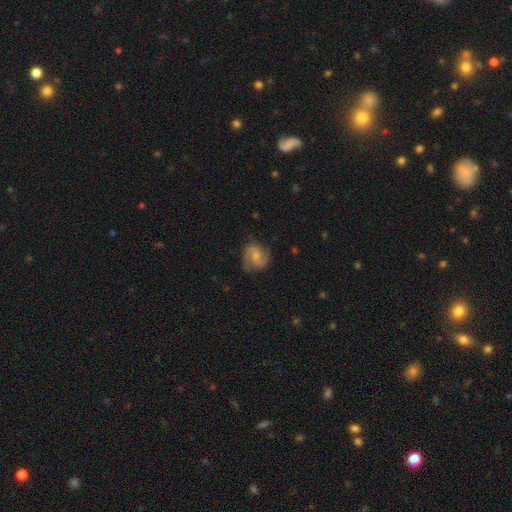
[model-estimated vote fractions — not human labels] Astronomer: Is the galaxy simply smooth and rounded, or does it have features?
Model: featured or disk — 73%.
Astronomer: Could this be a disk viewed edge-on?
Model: no — 98%.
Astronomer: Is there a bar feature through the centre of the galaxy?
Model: no — 49% (runner-up: weak, 42%).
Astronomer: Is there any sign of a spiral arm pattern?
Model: yes — 95%.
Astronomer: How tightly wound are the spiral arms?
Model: medium — 51% (runner-up: loose, 26%).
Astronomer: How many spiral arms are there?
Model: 2 — 87%.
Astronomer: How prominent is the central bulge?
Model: small — 46% (runner-up: moderate, 40%).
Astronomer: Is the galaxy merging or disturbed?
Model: none — 74%.